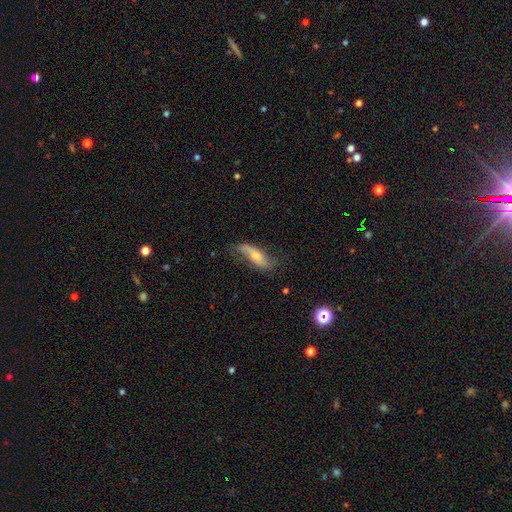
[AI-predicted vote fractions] Q: Smooth or featured?
A: featured or disk (69%); runner-up: smooth (23%)
Q: Edge-on disk?
A: no (81%); runner-up: yes (19%)
Q: Bar?
A: no (46%); runner-up: weak (31%)
Q: Spiral arms?
A: yes (90%); runner-up: no (10%)
Q: Bulge size?
A: small (47%); runner-up: moderate (42%)
Q: Merging?
A: none (65%); runner-up: minor disturbance (23%)